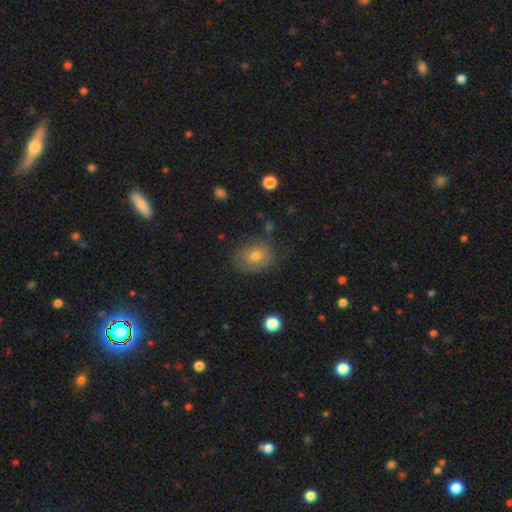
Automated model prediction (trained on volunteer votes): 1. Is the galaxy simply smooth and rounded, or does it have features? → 66% smooth, 22% featured or disk, 12% star or artifact.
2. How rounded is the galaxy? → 65% in between, 34% round, 1% cigar-shaped.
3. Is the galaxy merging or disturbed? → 72% none, 19% minor disturbance, 6% major disturbance, 2% merger.